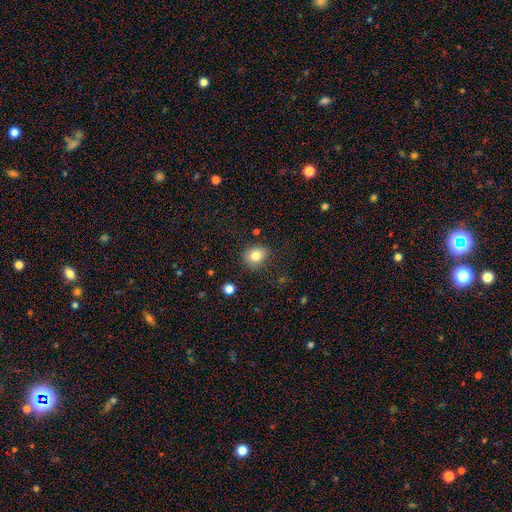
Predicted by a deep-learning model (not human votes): Smooth or featured? Predicted: smooth (p=0.81). How rounded? Predicted: round (p=0.66). Merging? Predicted: none (p=0.84).